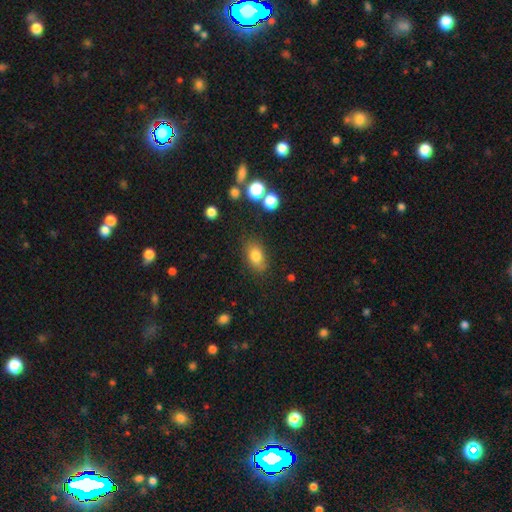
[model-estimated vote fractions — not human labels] Smooth or featured: smooth — 80% (featured or disk — 10%)
How rounded: in between — 83% (round — 14%)
Merging: none — 79% (minor disturbance — 14%)